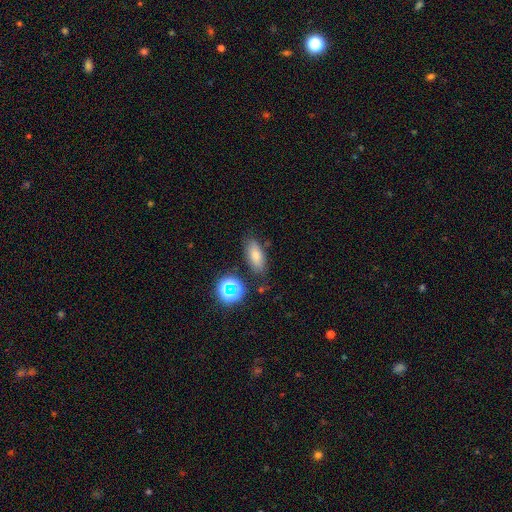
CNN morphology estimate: This appears to be a smooth galaxy with no disk features (65%) that is in between round and cigar-shaped (78%). Merging: none (79%).